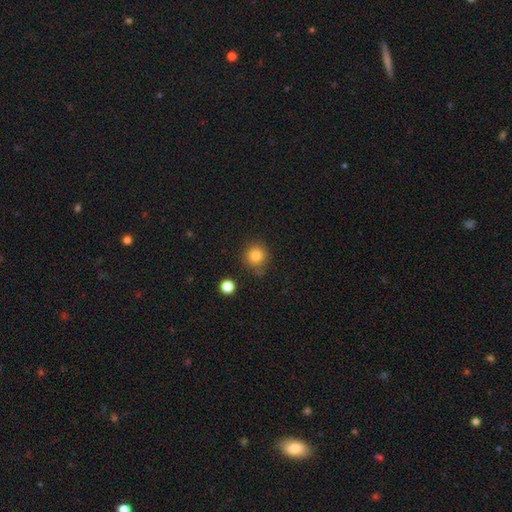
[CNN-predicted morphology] Smooth or featured: smooth — 83% (star or artifact — 11%)
How rounded: round — 91% (in between — 8%)
Merging: none — 79% (minor disturbance — 13%)